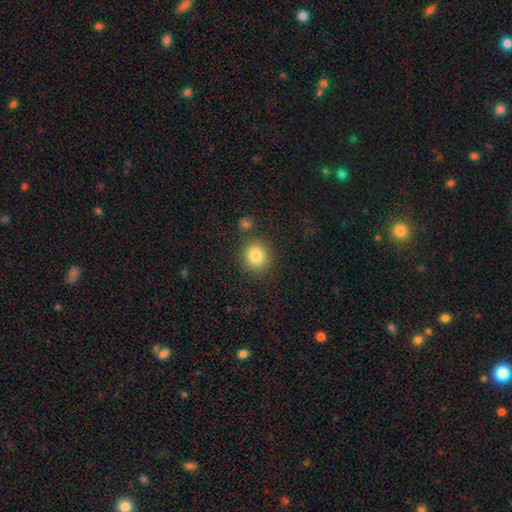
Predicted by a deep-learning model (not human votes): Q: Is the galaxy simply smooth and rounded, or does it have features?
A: smooth — 83%.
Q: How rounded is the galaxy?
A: round — 84%.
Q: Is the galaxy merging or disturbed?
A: none — 84%.